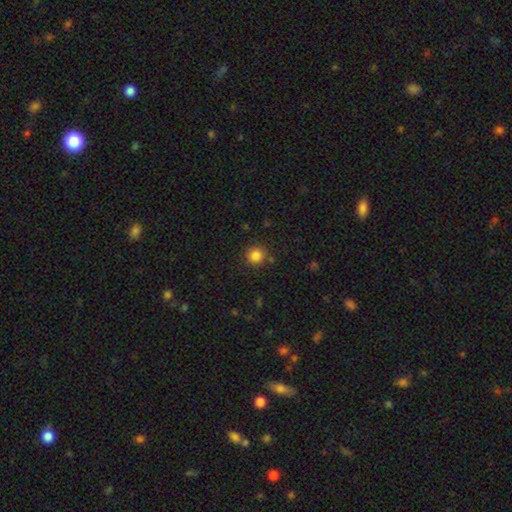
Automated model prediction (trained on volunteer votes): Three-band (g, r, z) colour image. It shows a smooth galaxy with no disk features (83%) that is round (93%). Merging: none (87%).